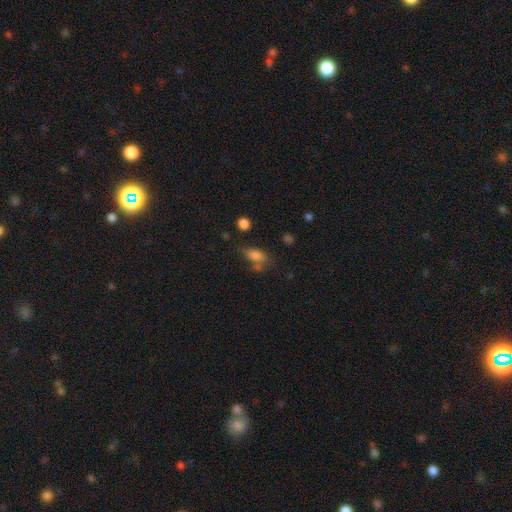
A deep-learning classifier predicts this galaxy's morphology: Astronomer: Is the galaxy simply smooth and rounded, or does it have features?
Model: smooth — 78%.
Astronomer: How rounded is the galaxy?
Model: in between — 83%.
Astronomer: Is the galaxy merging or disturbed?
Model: none — 47% (runner-up: minor disturbance, 24%).